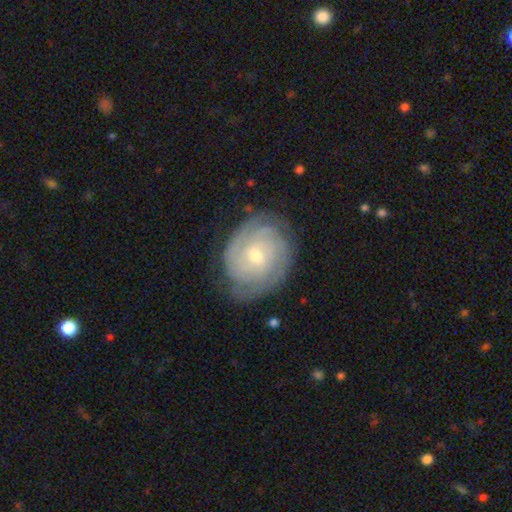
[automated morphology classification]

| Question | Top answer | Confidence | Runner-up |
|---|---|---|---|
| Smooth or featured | featured or disk | 81% | smooth (13%) |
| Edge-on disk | no | 97% | yes (3%) |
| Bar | no | 61% | weak (33%) |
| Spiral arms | yes | 95% | no (5%) |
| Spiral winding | tight | 78% | medium (18%) |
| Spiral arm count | can't tell | 36% | 3 (20%) |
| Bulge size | small | 55% | moderate (42%) |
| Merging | none | 76% | minor disturbance (17%) |